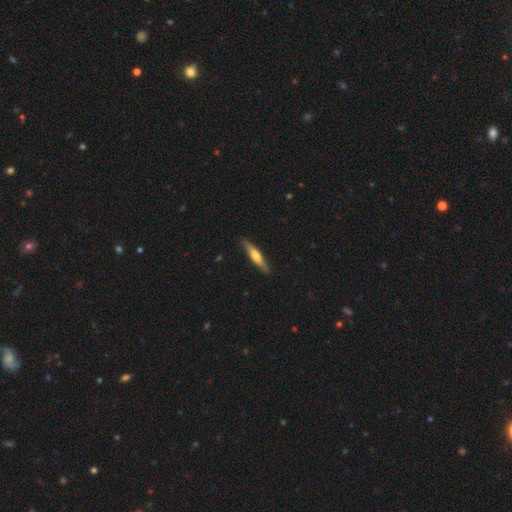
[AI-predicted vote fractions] smooth-or-featured: smooth: 48% | featured or disk: 47% | star or artifact: 5%
  merging: none: 88% | minor disturbance: 9% | major disturbance: 2% | merger: 1%